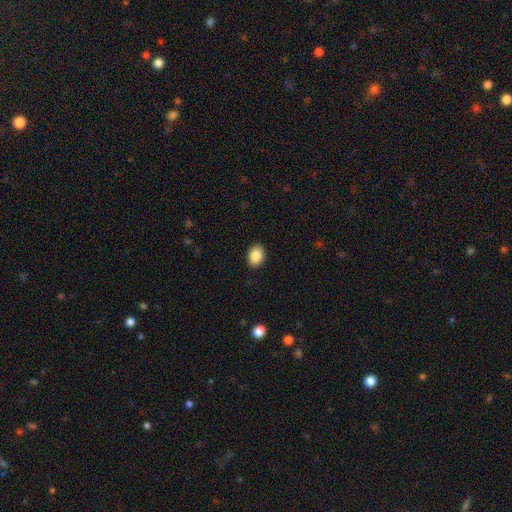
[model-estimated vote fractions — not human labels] Morphology: type=smooth (87%); roundness=in between (67%); merging=none (89%).